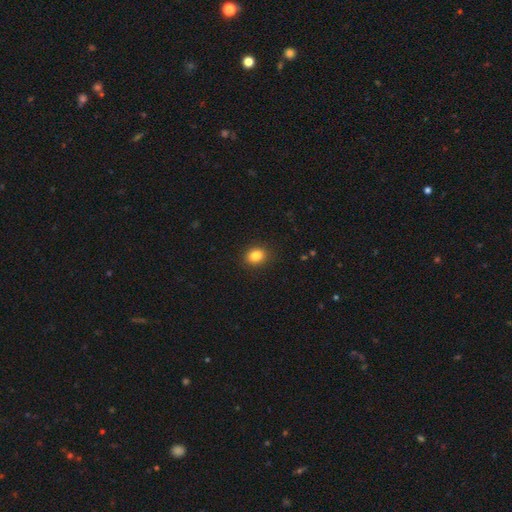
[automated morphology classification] Smooth or featured?
  - smooth: 85% *
  - star or artifact: 10%
  - featured or disk: 5%
How rounded?
  - in between: 53% *
  - round: 46%
  - cigar-shaped: 1%
Merging?
  - none: 90% *
  - minor disturbance: 7%
  - major disturbance: 2%
  - merger: 1%